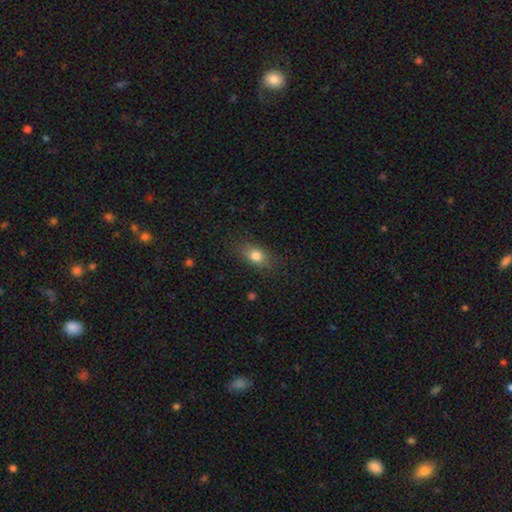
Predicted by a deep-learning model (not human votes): This is likely a smooth galaxy (79%). How rounded: likely in between (72%). Merging: clearly none (81%).